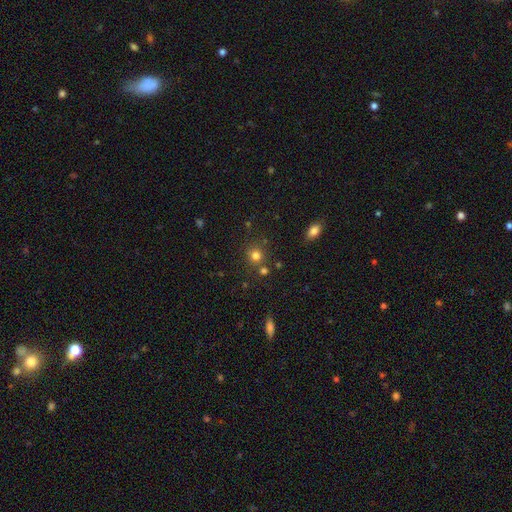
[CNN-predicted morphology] This is likely a smooth galaxy (77%). How rounded: clearly round (89%). Merging: likely none (78%).